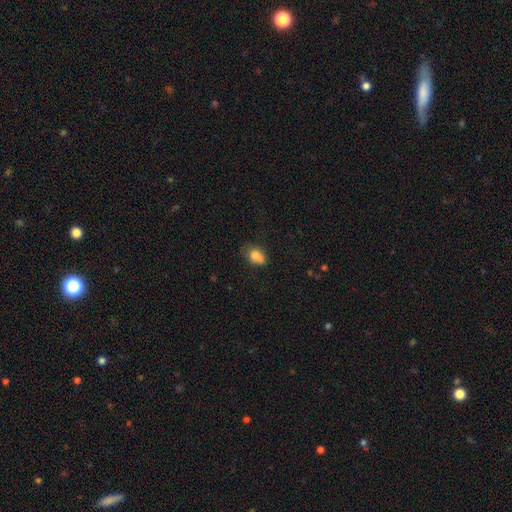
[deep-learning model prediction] smooth-or-featured: smooth: 78% | featured or disk: 12% | star or artifact: 10%
  how-rounded: in between: 68% | round: 31% | cigar-shaped: 2%
  merging: none: 44% | minor disturbance: 30% | merger: 15% | major disturbance: 11%